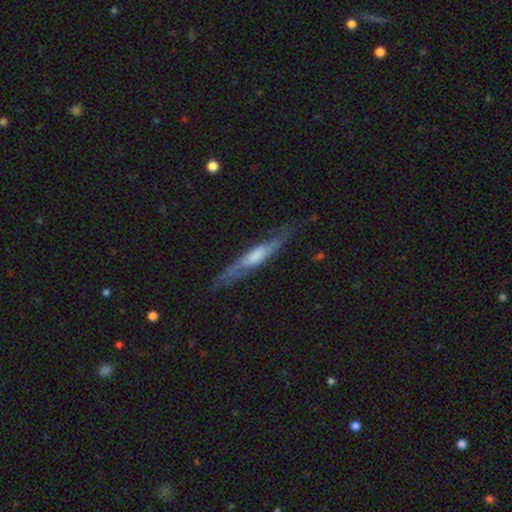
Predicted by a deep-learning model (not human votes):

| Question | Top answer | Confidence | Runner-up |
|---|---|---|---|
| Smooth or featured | featured or disk | 62% | smooth (33%) |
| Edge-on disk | yes | 80% | no (20%) |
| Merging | none | 74% | minor disturbance (19%) |